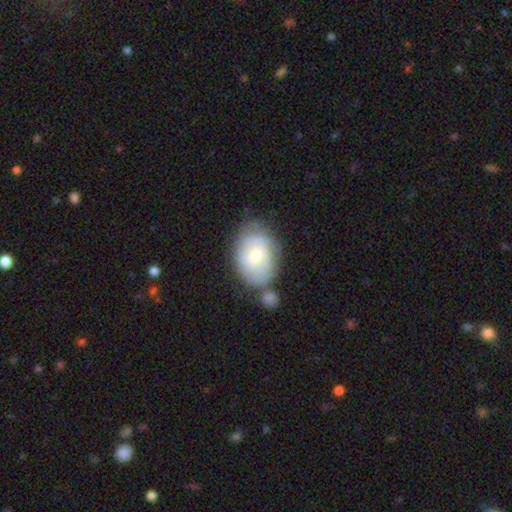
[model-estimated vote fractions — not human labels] This appears to be a smooth galaxy with no disk features (49%). Merging: none (53%).